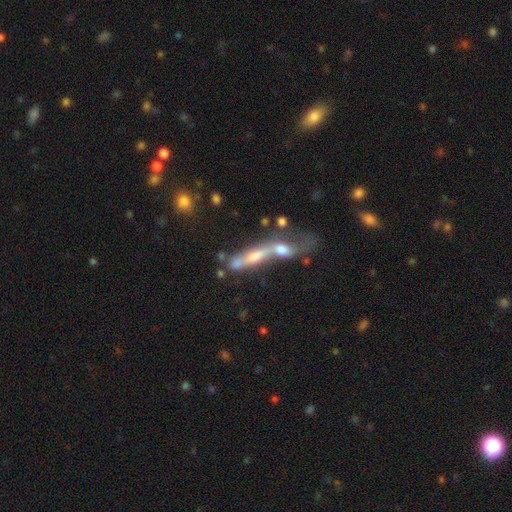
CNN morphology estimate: Smooth or featured: featured or disk — 54% (smooth — 35%)
Edge-on disk: yes — 51% (no — 49%)
Merging: merger — 61% (none — 16%)